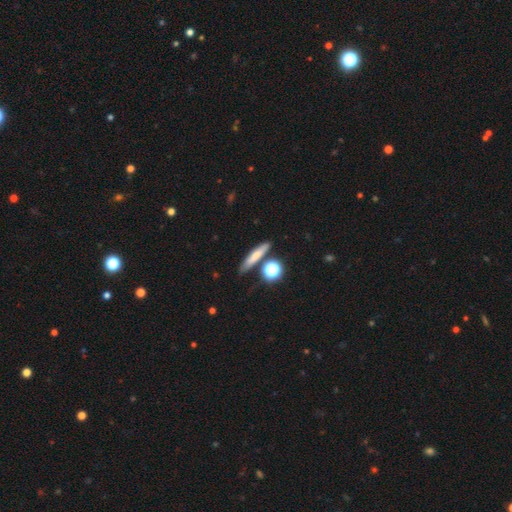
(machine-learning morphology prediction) Q: Smooth or featured?
A: smooth (65%); runner-up: featured or disk (23%)
Q: How rounded?
A: cigar-shaped (66%); runner-up: round (18%)
Q: Merging?
A: none (75%); runner-up: minor disturbance (12%)